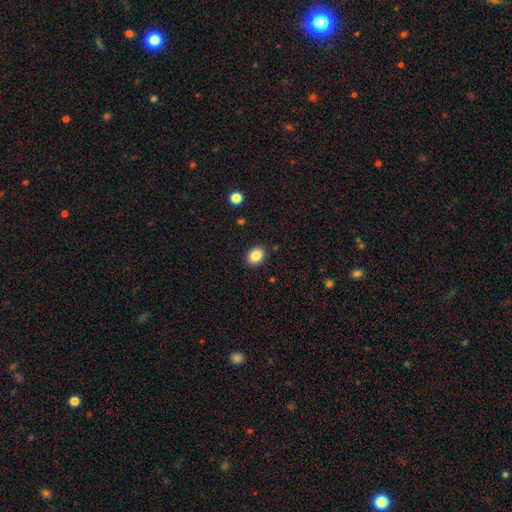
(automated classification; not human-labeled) Smooth or featured?
  - smooth: 85% *
  - star or artifact: 9%
  - featured or disk: 5%
How rounded?
  - in between: 52% *
  - round: 47%
  - cigar-shaped: 1%
Merging?
  - none: 90% *
  - minor disturbance: 7%
  - major disturbance: 2%
  - merger: 1%